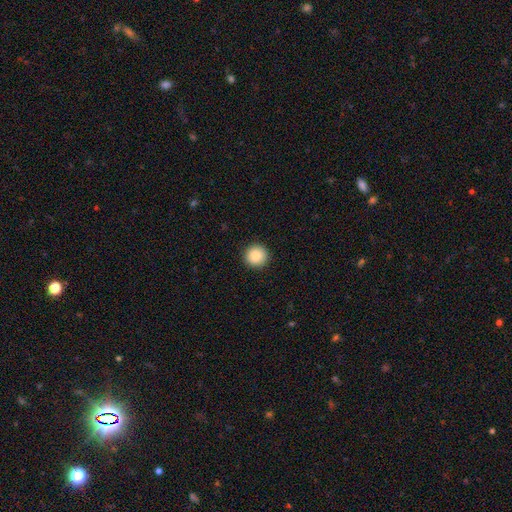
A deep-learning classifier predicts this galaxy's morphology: Smooth or featured: smooth — 86% (star or artifact — 9%)
How rounded: round — 95% (in between — 4%)
Merging: none — 93% (minor disturbance — 5%)